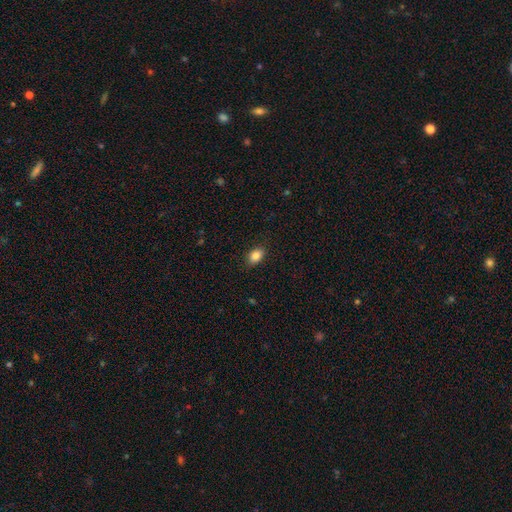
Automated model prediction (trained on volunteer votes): This is clearly a smooth galaxy (85%). How rounded: clearly in between (83%). Merging: clearly none (87%).